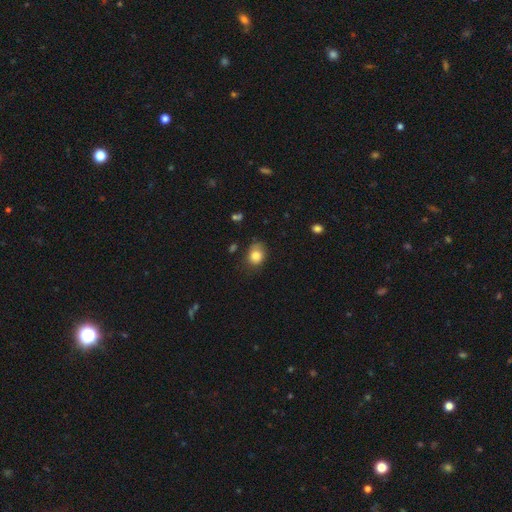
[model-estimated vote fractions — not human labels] This is clearly a smooth galaxy (81%). How rounded: possibly round (50%). Merging: likely none (64%).